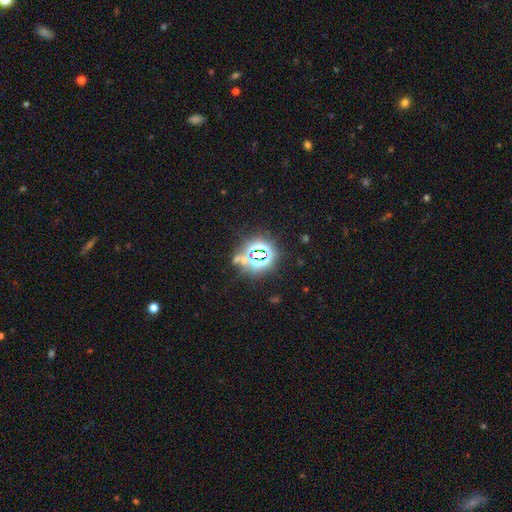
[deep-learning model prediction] Q: Smooth or featured?
A: star or artifact (75%); runner-up: smooth (15%)